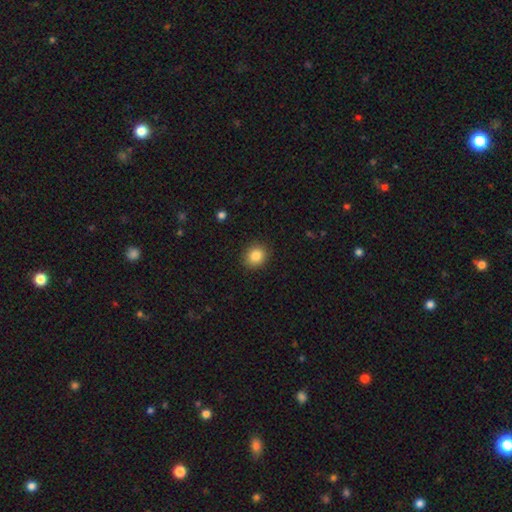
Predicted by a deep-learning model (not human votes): Smooth or featured? Predicted: smooth (p=0.85). How rounded? Predicted: round (p=0.77). Merging? Predicted: none (p=0.90).